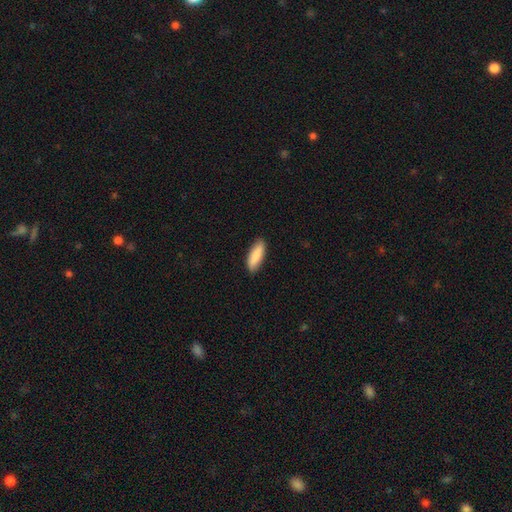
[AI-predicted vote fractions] This appears to be a smooth galaxy with no disk features (88%) that is in between round and cigar-shaped (60%). Merging: none (88%).